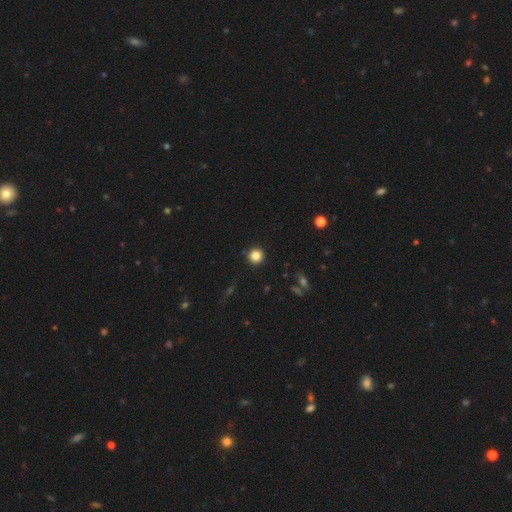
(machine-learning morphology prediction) Q: Smooth or featured?
A: smooth (85%); runner-up: star or artifact (11%)
Q: How rounded?
A: round (94%); runner-up: in between (5%)
Q: Merging?
A: none (92%); runner-up: minor disturbance (5%)